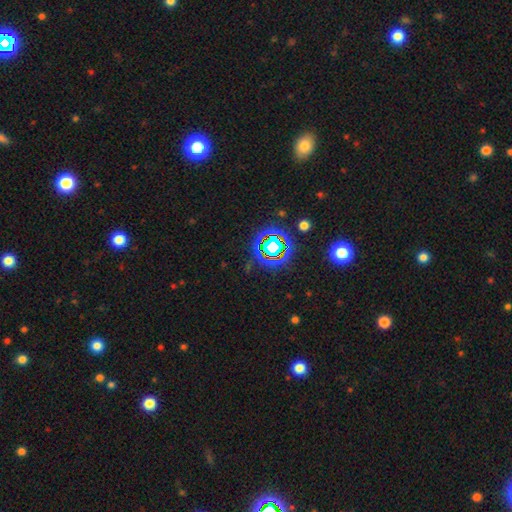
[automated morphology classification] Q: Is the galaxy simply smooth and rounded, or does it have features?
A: star or artifact — 69%.